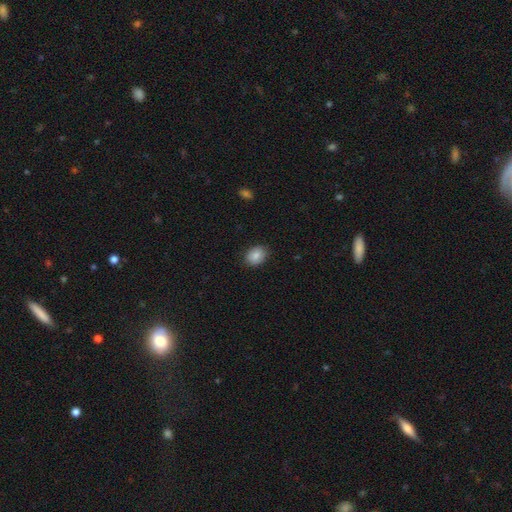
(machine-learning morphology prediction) A smooth galaxy with no disk features (86%) that is in between round and cigar-shaped (58%). Merging: none (88%).